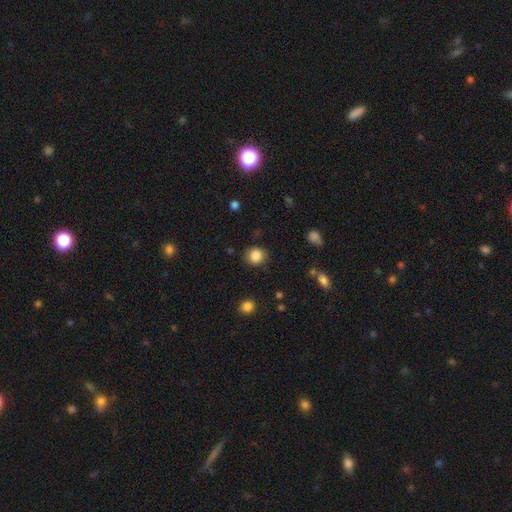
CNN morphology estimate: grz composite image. It shows a smooth galaxy with no disk features (86%) that is round (85%). Merging: none (85%).